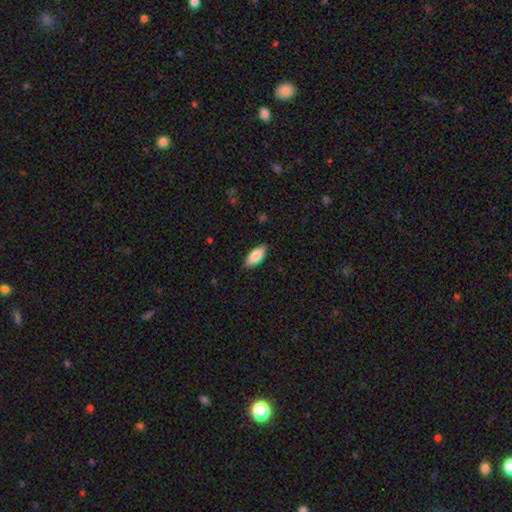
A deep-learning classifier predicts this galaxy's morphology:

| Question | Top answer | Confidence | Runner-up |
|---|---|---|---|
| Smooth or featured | smooth | 85% | featured or disk (9%) |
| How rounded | in between | 87% | cigar-shaped (11%) |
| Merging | none | 87% | minor disturbance (10%) |